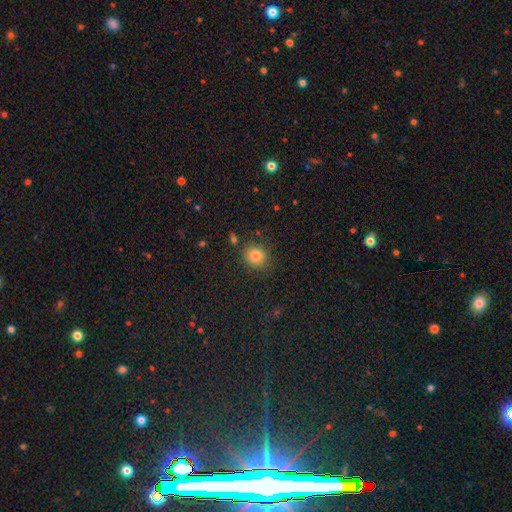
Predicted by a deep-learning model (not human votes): The model was most divided on "how rounded": round: 73%, in between: 26%, cigar-shaped: 1%. More confident: smooth or featured — smooth (82%); merging — none (81%).